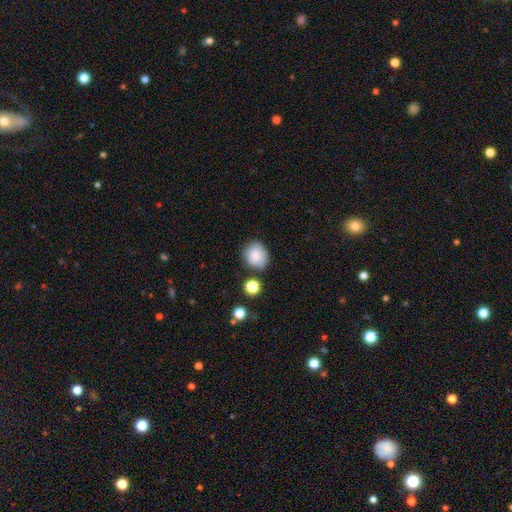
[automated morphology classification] Smooth or featured? smooth (81%)
How rounded? round (70%)
Merging? none (72%)